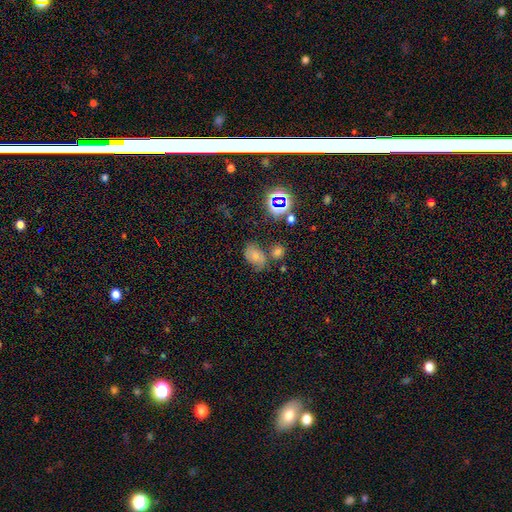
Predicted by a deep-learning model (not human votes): This appears to be a smooth galaxy with no disk features (57%) that is in between round and cigar-shaped (82%). Merging: none (57%).